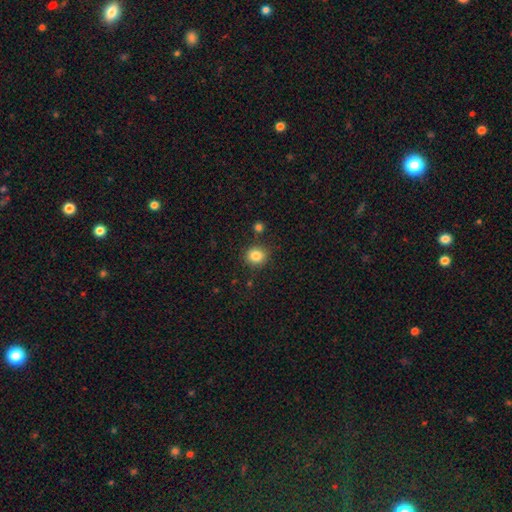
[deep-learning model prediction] A smooth galaxy with no disk features (84%) that is round (81%). Merging: none (84%).